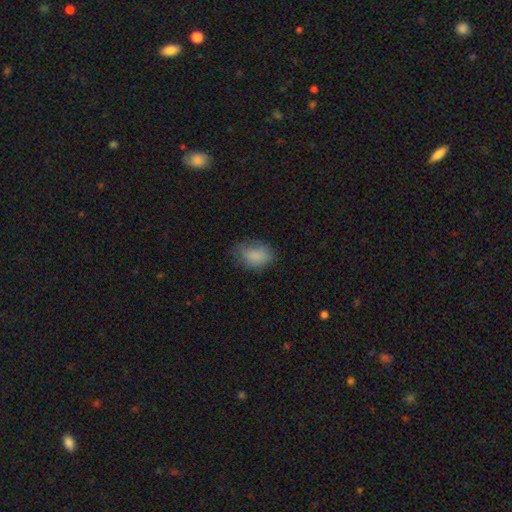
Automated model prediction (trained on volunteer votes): Q: Smooth or featured?
A: smooth (84%); runner-up: star or artifact (9%)
Q: How rounded?
A: in between (81%); runner-up: round (18%)
Q: Merging?
A: none (63%); runner-up: minor disturbance (27%)